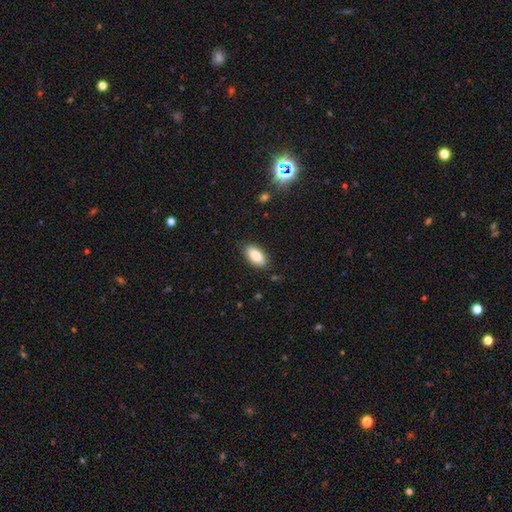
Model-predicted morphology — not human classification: Smooth or featured? smooth (85%)
How rounded? in between (90%)
Merging? none (85%)